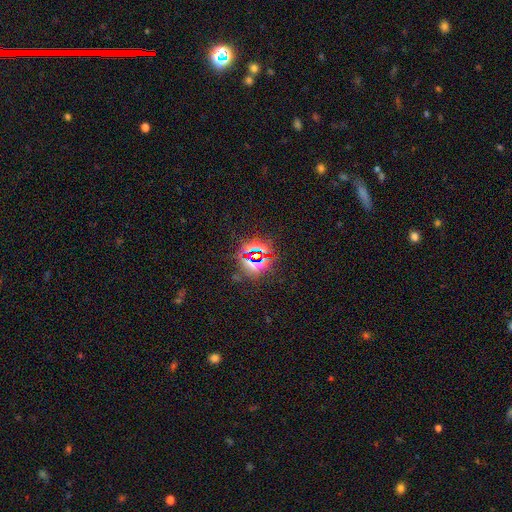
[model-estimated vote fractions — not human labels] Smooth or featured? star or artifact (78%)